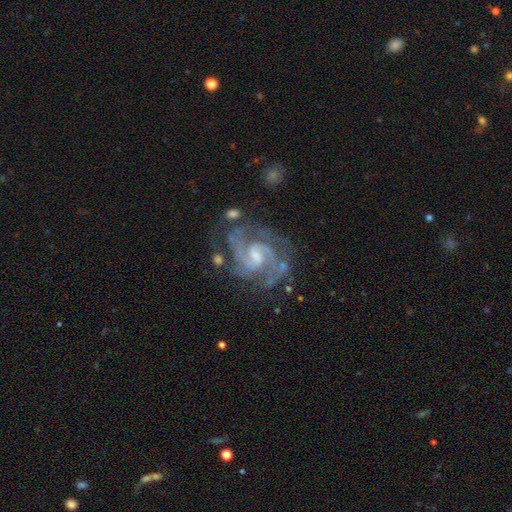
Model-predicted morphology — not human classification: A featured or disk galaxy (92%) with a weak bar (57%), 2 (77%) medium (54%) spiral arms (98%) and a small central bulge (56%). Merging: none (66%).